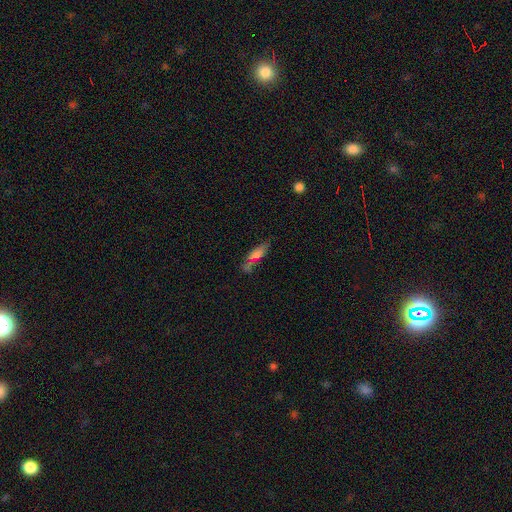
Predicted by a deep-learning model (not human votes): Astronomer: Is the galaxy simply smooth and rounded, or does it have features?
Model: smooth — 67%.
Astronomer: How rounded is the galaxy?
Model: cigar-shaped — 55% (runner-up: in between, 42%).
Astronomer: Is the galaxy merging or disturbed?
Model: none — 50%.